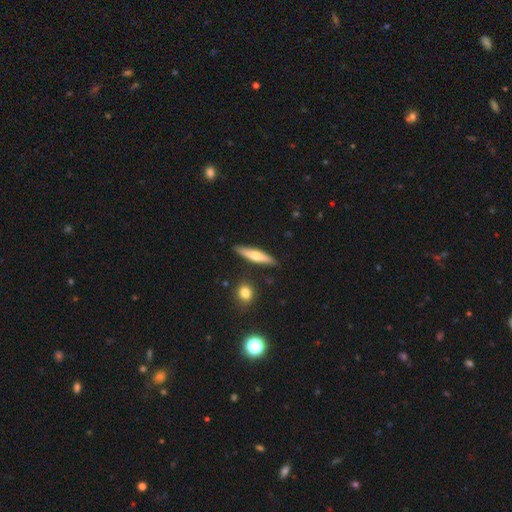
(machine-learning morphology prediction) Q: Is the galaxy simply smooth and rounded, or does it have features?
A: smooth — 50%.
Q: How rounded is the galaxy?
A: cigar-shaped — 82%.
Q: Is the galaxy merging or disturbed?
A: none — 86%.